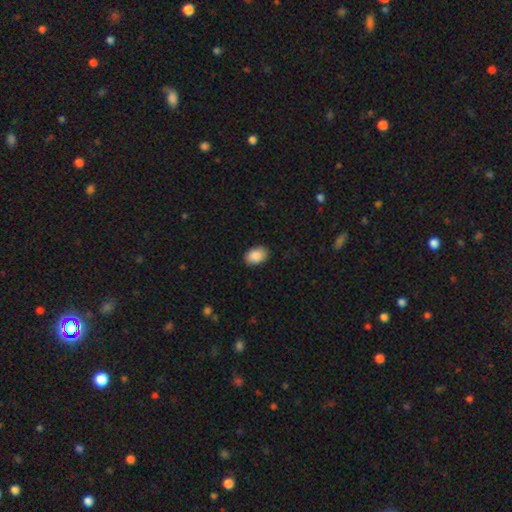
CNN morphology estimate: A smooth galaxy with no disk features (89%) that is in between round and cigar-shaped (85%). Merging: none (87%).